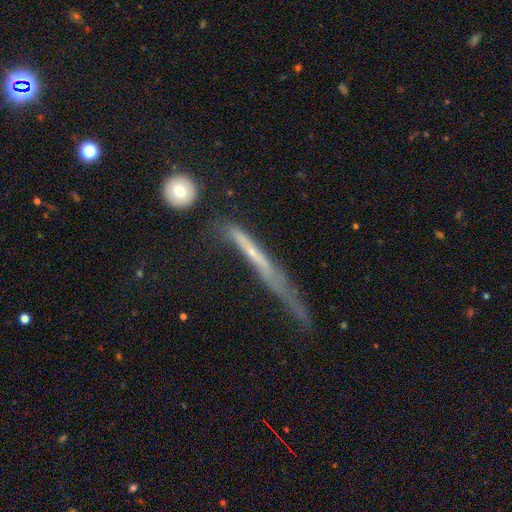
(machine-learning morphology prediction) A featured or disk galaxy (54%) viewed edge-on (81%). Merging: none (40%).